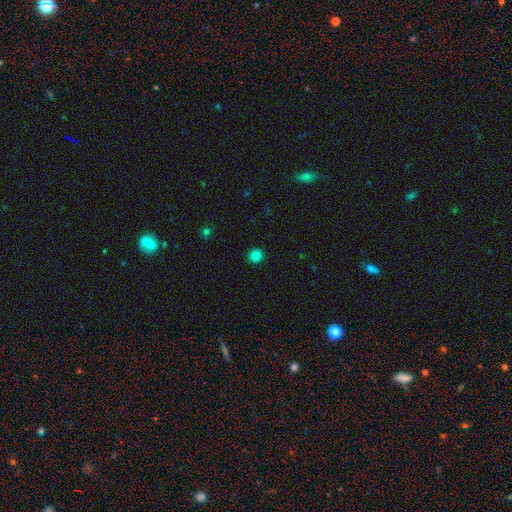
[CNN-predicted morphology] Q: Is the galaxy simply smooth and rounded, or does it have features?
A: smooth — 83%.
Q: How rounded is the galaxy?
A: round — 91%.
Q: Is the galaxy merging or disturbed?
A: none — 90%.